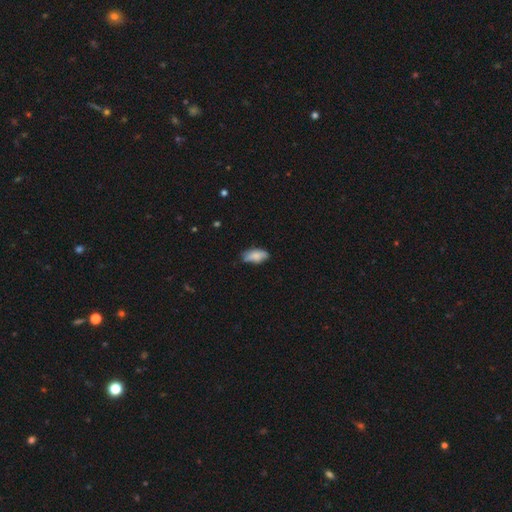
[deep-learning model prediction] Smooth or featured: smooth — 83% (featured or disk — 11%)
How rounded: in between — 88% (cigar-shaped — 10%)
Merging: none — 68% (minor disturbance — 26%)